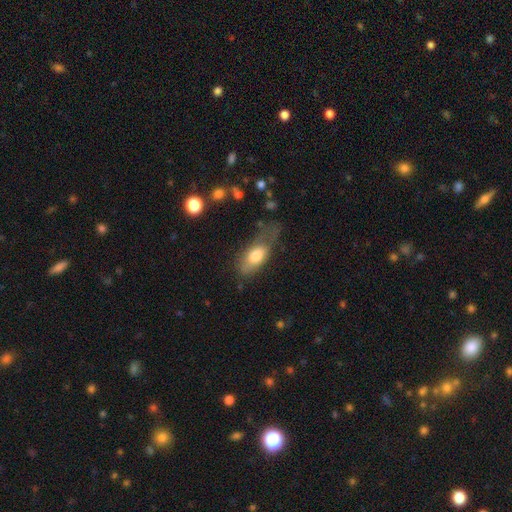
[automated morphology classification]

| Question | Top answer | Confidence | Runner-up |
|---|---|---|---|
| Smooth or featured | smooth | 73% | featured or disk (20%) |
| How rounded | in between | 85% | cigar-shaped (11%) |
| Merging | none | 39% | minor disturbance (31%) |